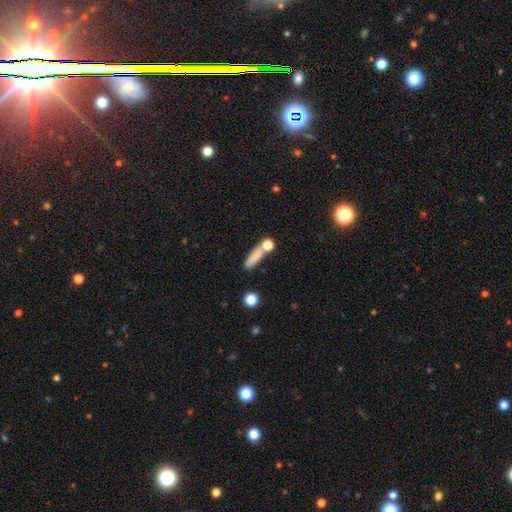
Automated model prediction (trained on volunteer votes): This is likely a smooth galaxy (76%). How rounded: possibly cigar-shaped (60%). Merging: possibly none (58%).